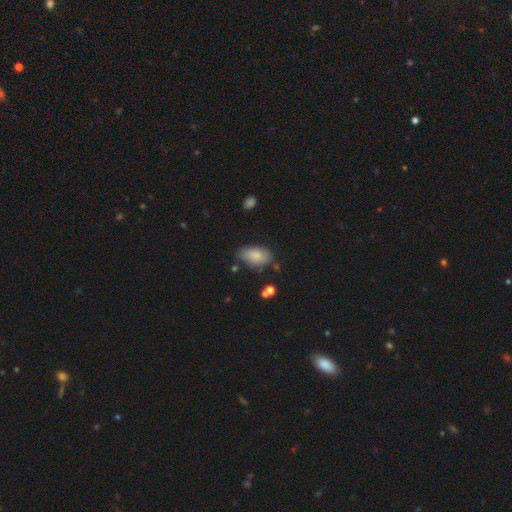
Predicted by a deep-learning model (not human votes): Q: Smooth or featured?
A: smooth (79%); runner-up: featured or disk (14%)
Q: How rounded?
A: in between (93%); runner-up: round (5%)
Q: Merging?
A: none (65%); runner-up: minor disturbance (25%)